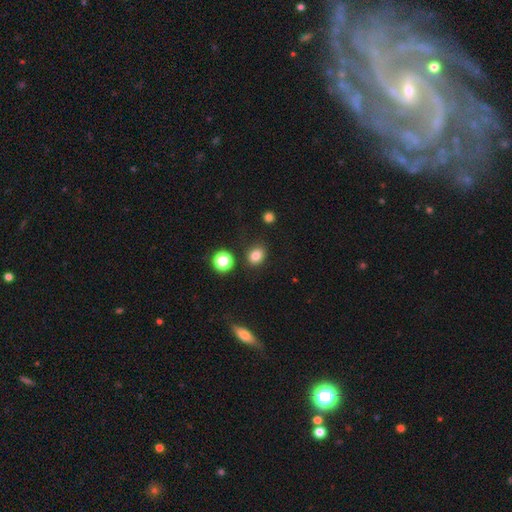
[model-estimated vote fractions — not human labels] This is clearly a smooth galaxy (82%). How rounded: possibly in between (53%). Merging: clearly none (82%).